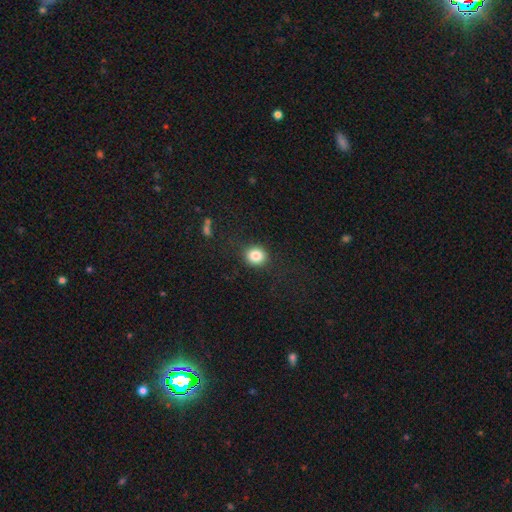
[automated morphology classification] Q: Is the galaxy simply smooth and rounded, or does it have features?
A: smooth — 84%.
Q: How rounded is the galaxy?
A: round — 83%.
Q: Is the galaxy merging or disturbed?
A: none — 86%.